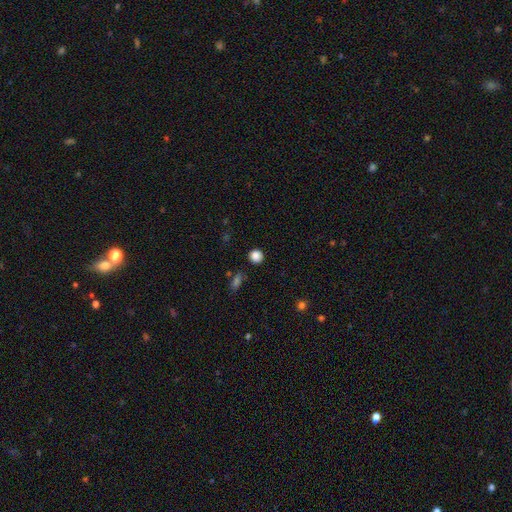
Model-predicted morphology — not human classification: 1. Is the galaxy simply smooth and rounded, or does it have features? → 86% smooth, 11% star or artifact, 3% featured or disk.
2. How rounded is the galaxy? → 92% round, 7% in between, 1% cigar-shaped.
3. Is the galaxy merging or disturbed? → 90% none, 6% minor disturbance, 2% major disturbance, 2% merger.